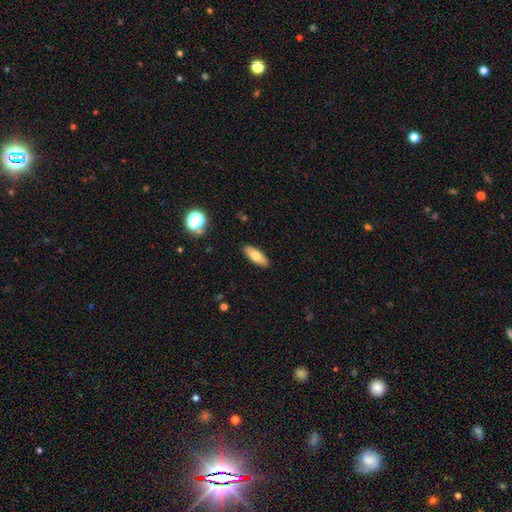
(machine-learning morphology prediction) Smooth or featured? Predicted: smooth (p=0.74). How rounded? Predicted: in between (p=0.64). Merging? Predicted: none (p=0.90).